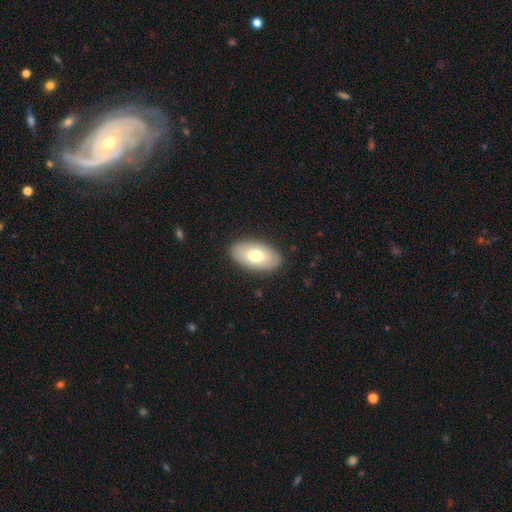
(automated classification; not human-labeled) Smooth or featured? smooth (70%)
How rounded? in between (95%)
Merging? none (88%)